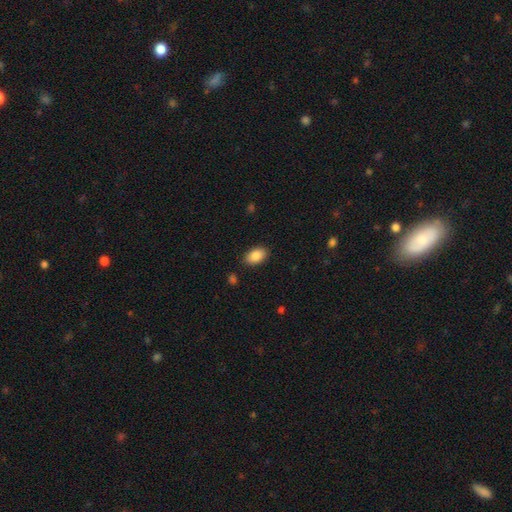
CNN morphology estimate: type=smooth (87%); roundness=in between (90%); merging=none (87%).